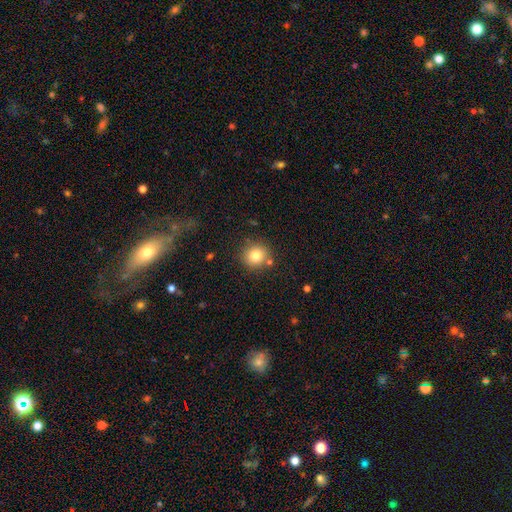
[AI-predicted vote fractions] Smooth or featured? smooth (80%)
How rounded? round (89%)
Merging? none (82%)